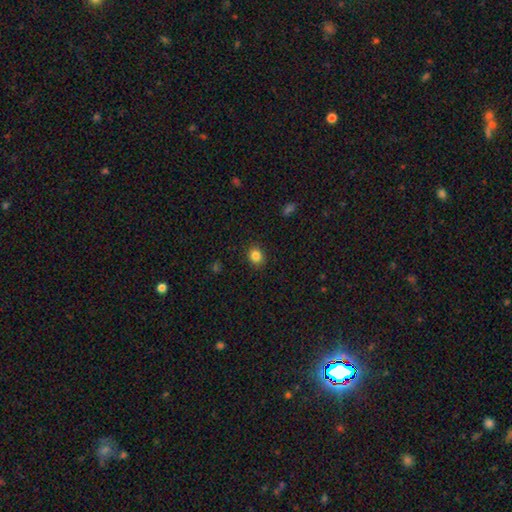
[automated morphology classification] Q: Smooth or featured?
A: smooth (84%); runner-up: star or artifact (11%)
Q: How rounded?
A: round (68%); runner-up: in between (31%)
Q: Merging?
A: none (90%); runner-up: minor disturbance (7%)